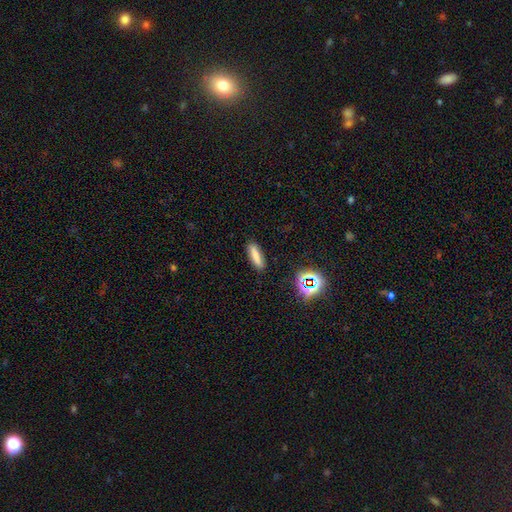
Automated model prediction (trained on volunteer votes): Smooth or featured? Predicted: smooth (p=0.75). How rounded? Predicted: cigar-shaped (p=0.66). Merging? Predicted: none (p=0.87).